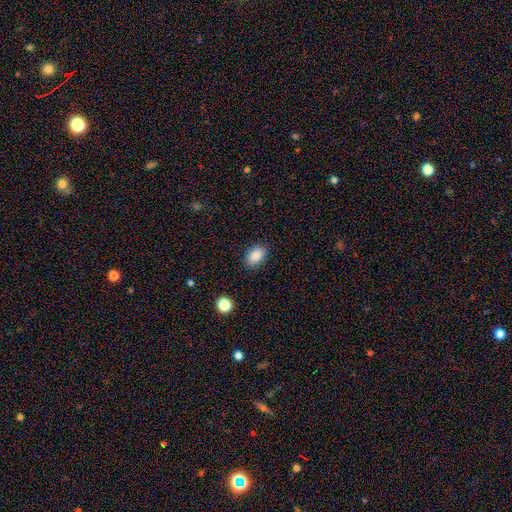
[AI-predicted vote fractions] The model was most divided on "how rounded": in between: 86%, round: 12%, cigar-shaped: 1%. More confident: smooth or featured — smooth (87%); merging — none (87%).